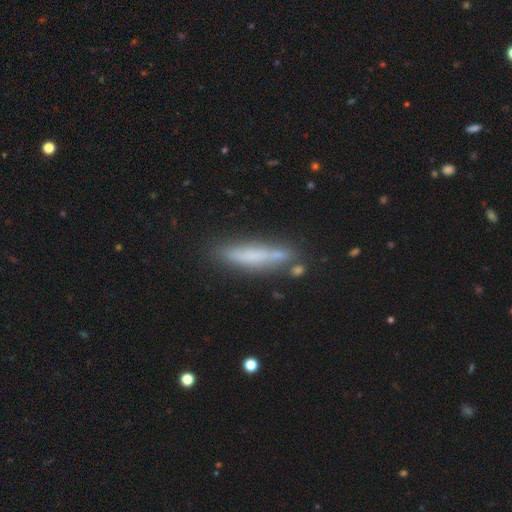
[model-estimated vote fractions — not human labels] Overall: smooth (56%; featured or disk 35%). How rounded: cigar-shaped (88%). Merging: none (72%).